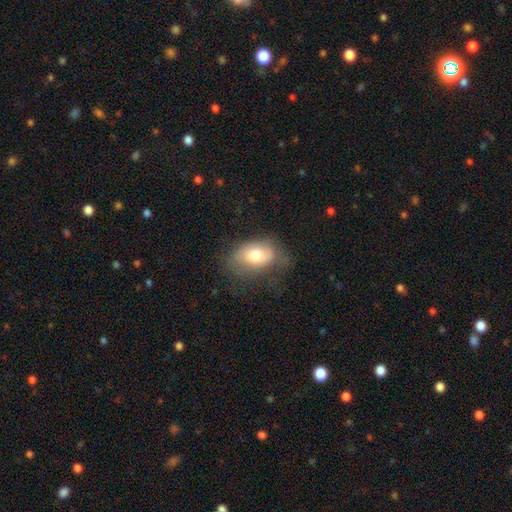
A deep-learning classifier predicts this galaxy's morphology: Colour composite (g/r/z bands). It shows a smooth galaxy with no disk features (70%) that is in between round and cigar-shaped (85%). Merging: none (48%).